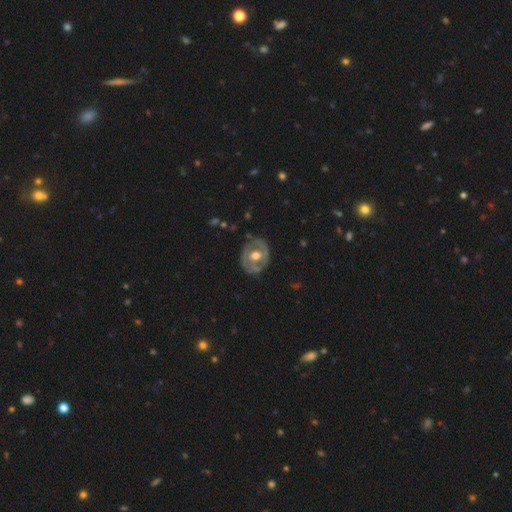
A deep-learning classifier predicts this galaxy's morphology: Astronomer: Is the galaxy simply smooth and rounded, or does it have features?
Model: featured or disk — 65%.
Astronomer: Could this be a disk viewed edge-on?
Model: no — 95%.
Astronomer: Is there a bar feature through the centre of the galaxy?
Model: no — 66%.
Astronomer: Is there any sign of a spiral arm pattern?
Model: no — 67%.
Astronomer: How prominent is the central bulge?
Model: moderate — 70%.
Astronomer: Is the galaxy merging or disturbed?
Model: none — 71%.